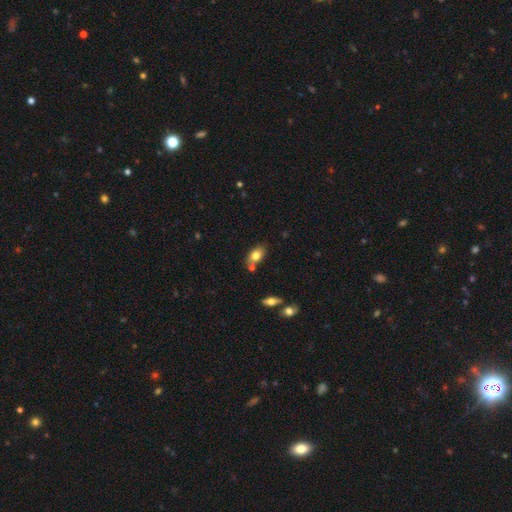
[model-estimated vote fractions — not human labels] Morphology: type=smooth (77%); roundness=in between (86%); merging=none (66%).